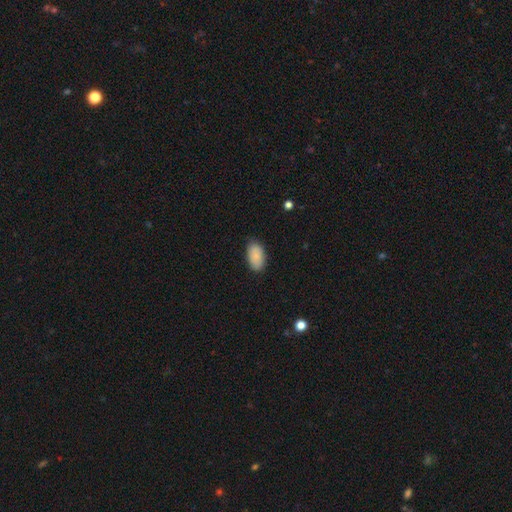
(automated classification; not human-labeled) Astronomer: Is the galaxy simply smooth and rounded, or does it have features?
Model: smooth — 87%.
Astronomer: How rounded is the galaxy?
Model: in between — 94%.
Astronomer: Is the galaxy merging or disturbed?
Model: none — 84%.